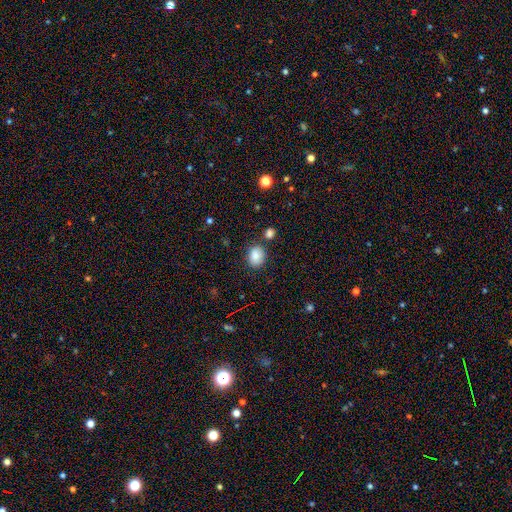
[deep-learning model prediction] Q: Smooth or featured?
A: smooth (85%); runner-up: star or artifact (10%)
Q: How rounded?
A: in between (56%); runner-up: round (43%)
Q: Merging?
A: none (78%); runner-up: minor disturbance (13%)